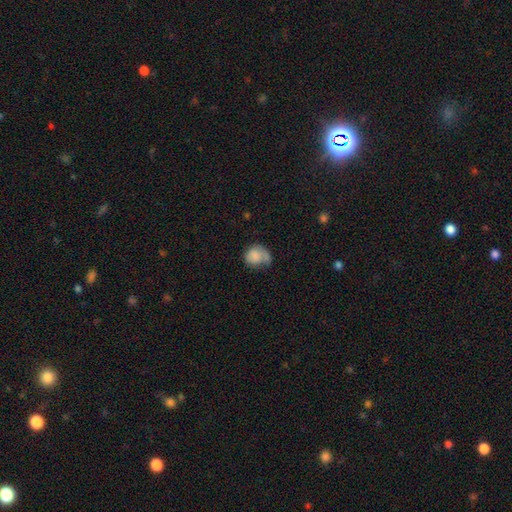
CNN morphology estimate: Overall: smooth (75%). How rounded: round (67%; in between 32%). Merging: none (38%; minor disturbance 31%).